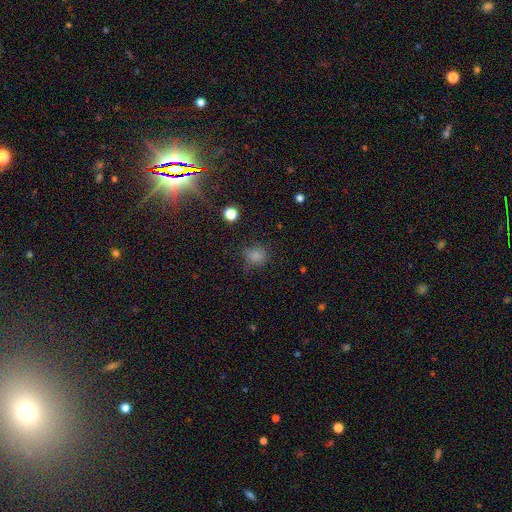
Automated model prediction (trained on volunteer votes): Smooth or featured? smooth (81%)
How rounded? round (66%)
Merging? none (77%)